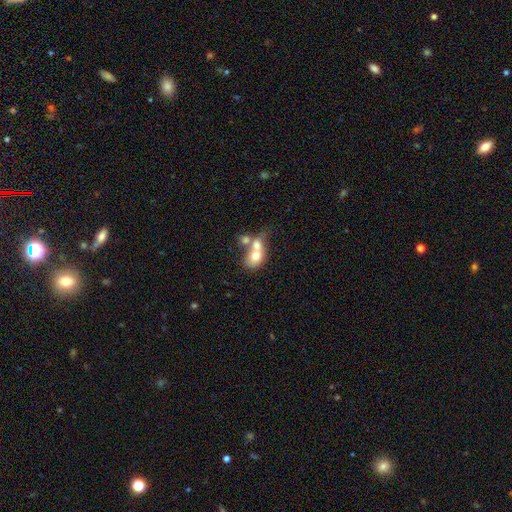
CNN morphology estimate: Overall: smooth (65%; featured or disk 26%). How rounded: in between (51%; round 47%). Merging: merger (71%).